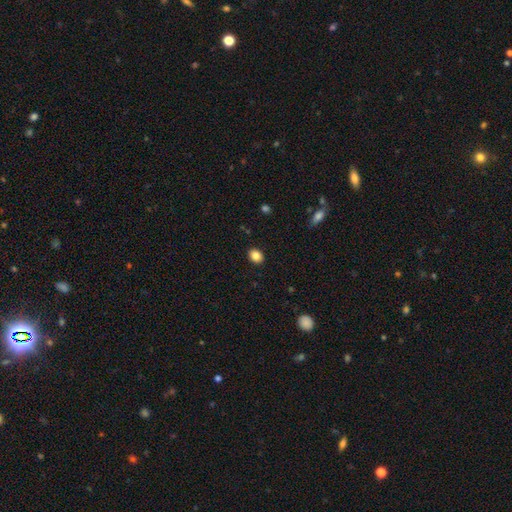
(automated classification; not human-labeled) This is clearly a smooth galaxy (85%). How rounded: possibly round (50%). Merging: clearly none (90%).